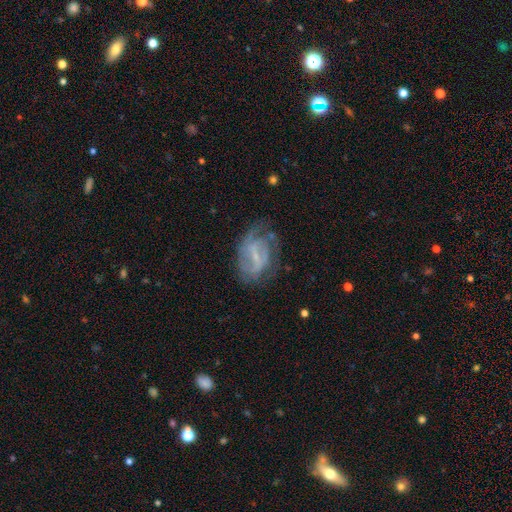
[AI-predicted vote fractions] A featured or disk galaxy (75%) with a weak bar (51%), 2 (42%) medium (42%) spiral arms (82%) and a small central bulge (57%). Merging: none (53%).